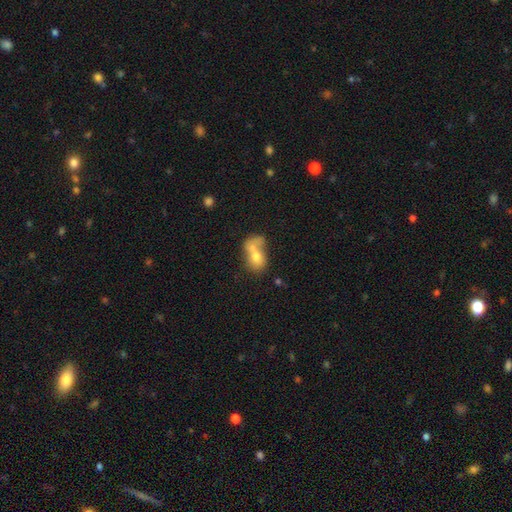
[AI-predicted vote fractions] This is likely a smooth galaxy (64%). How rounded: likely in between (68%). Merging: likely merger (61%).